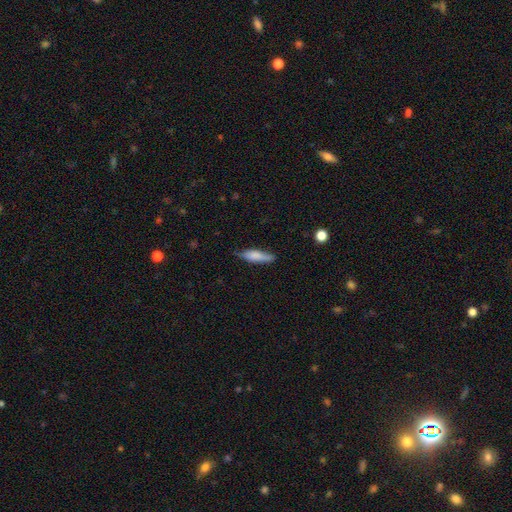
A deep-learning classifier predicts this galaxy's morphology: smooth_or_featured: smooth (p=0.75) [alt: featured or disk p=0.18]
how_rounded: cigar-shaped (p=0.66) [alt: in between p=0.32]
merging: none (p=0.71) [alt: minor disturbance p=0.24]